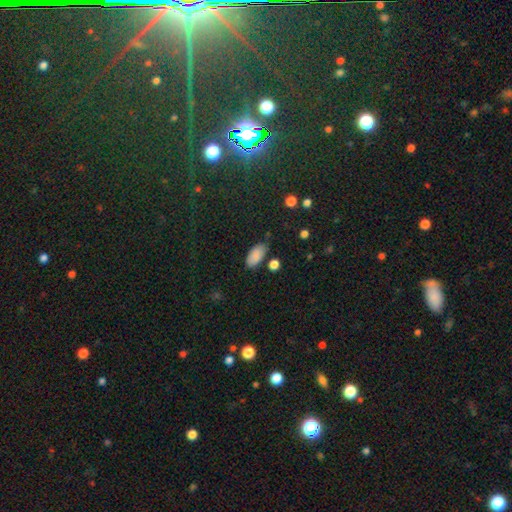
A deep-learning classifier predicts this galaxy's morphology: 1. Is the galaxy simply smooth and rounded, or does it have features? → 86% smooth, 9% star or artifact, 5% featured or disk.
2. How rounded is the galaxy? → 93% in between, 4% cigar-shaped, 3% round.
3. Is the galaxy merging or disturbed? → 73% none, 17% minor disturbance, 5% merger, 4% major disturbance.